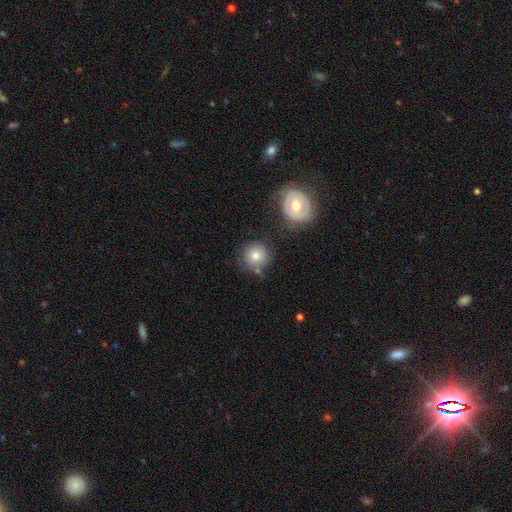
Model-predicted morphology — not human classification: This appears to be a smooth galaxy with no disk features (72%) that is round (92%). Merging: none (70%).